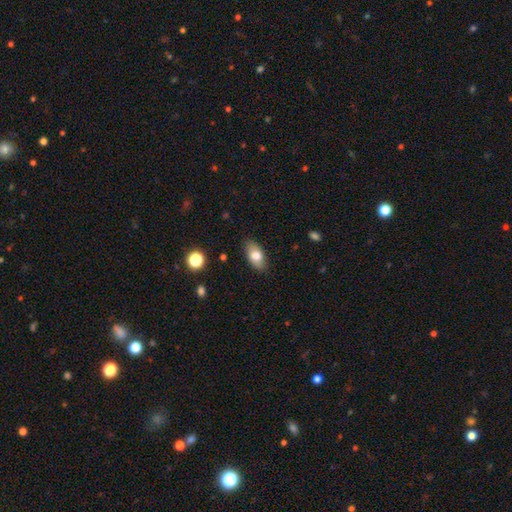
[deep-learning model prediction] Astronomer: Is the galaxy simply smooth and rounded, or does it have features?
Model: smooth — 76%.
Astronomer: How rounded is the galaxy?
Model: in between — 91%.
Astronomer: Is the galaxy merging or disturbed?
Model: none — 85%.